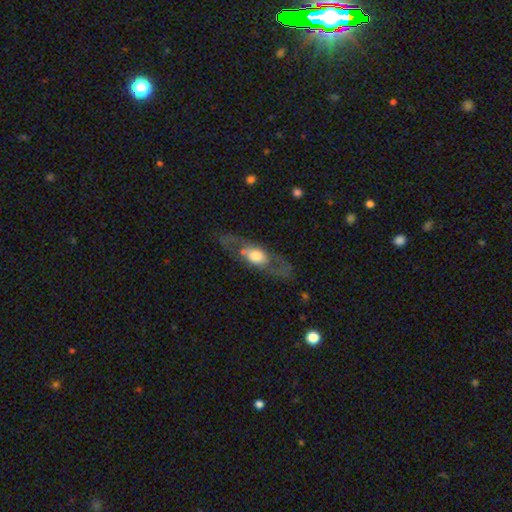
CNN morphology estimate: This is likely a featured or disk galaxy (62%). It is likely not viewed edge-on (67%). Merging: likely none (73%).